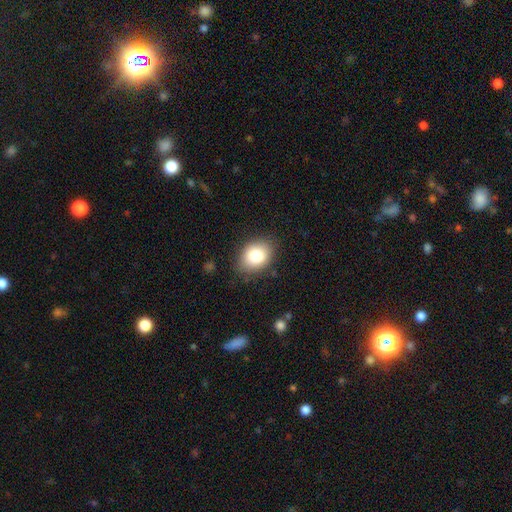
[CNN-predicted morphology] smooth_or_featured: smooth (p=0.83) [alt: featured or disk p=0.09]
how_rounded: in between (p=0.70) [alt: round p=0.29]
merging: none (p=0.82) [alt: minor disturbance p=0.14]